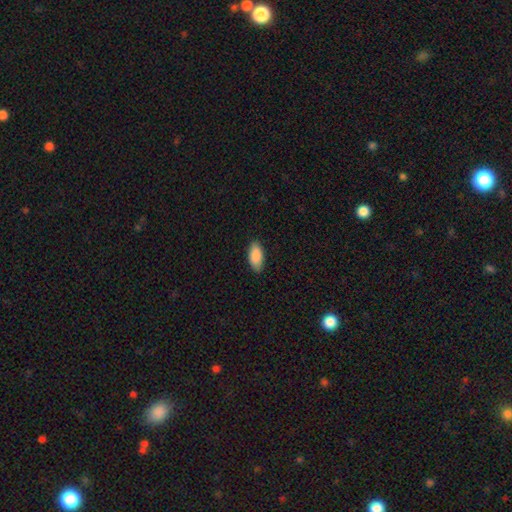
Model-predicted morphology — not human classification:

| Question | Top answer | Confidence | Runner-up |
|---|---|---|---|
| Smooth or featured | smooth | 89% | star or artifact (6%) |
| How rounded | in between | 91% | cigar-shaped (7%) |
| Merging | none | 87% | minor disturbance (10%) |